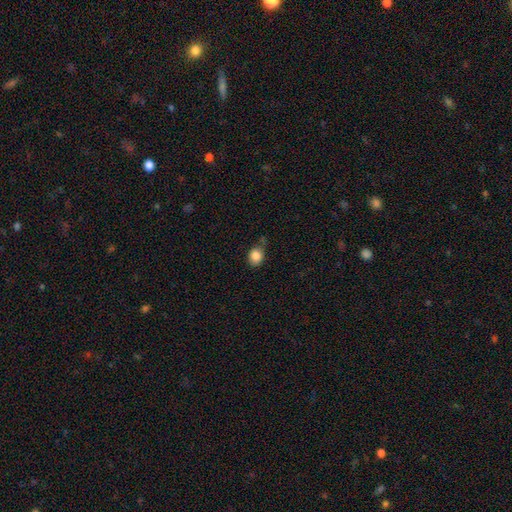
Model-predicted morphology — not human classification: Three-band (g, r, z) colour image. It shows a smooth galaxy with no disk features (86%) that is round (55%). Merging: none (67%).